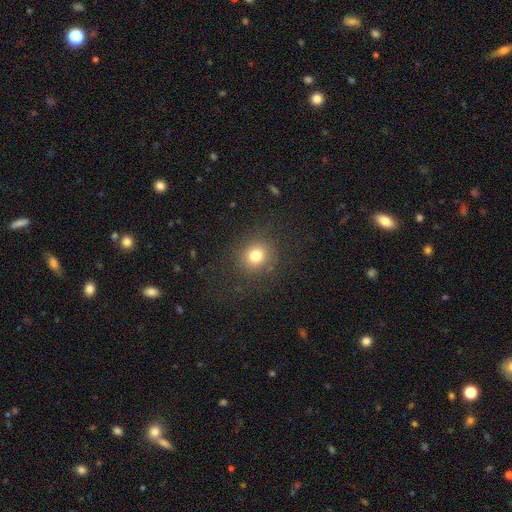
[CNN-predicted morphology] smooth_or_featured: smooth (p=0.77) [alt: star or artifact p=0.15]
how_rounded: round (p=0.84) [alt: in between p=0.15]
merging: none (p=0.86) [alt: minor disturbance p=0.08]